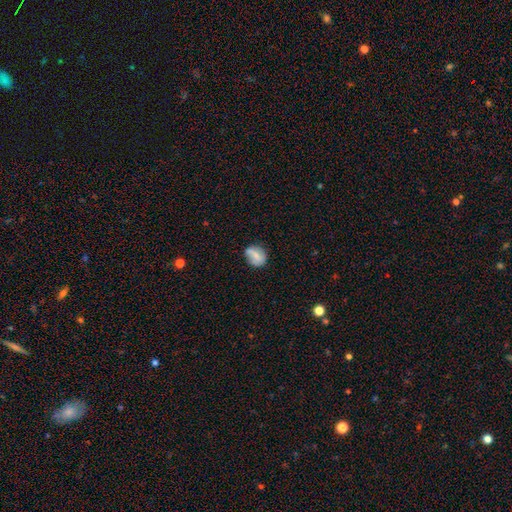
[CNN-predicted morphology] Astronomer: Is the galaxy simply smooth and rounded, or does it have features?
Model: smooth — 60%.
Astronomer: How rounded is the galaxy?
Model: round — 51% (runner-up: in between, 48%).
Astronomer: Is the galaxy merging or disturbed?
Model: none — 64%.